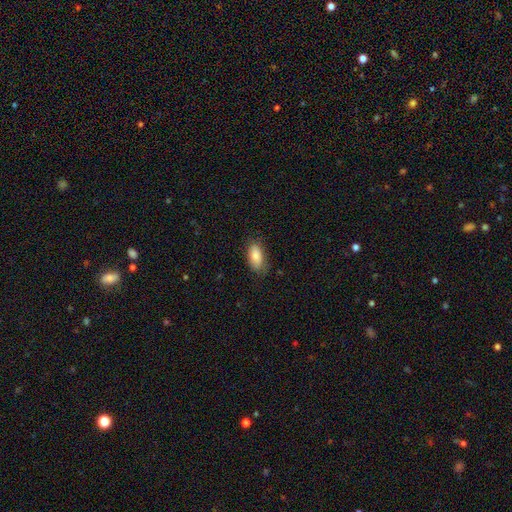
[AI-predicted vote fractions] This is clearly a smooth galaxy (83%). How rounded: clearly in between (89%). Merging: likely none (76%).